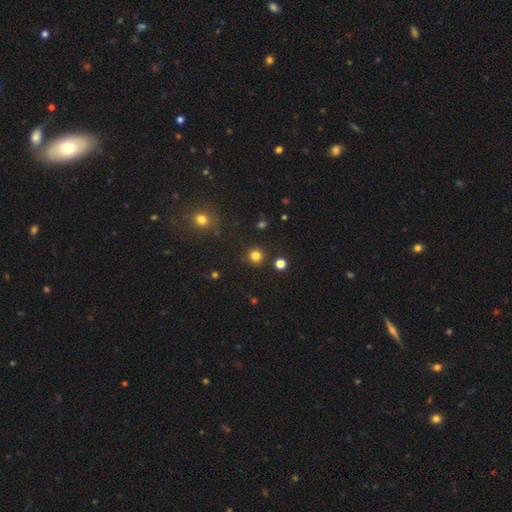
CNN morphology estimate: smooth_or_featured: smooth (p=0.80) [alt: star or artifact p=0.15]
how_rounded: round (p=0.94) [alt: in between p=0.05]
merging: none (p=0.90) [alt: minor disturbance p=0.05]